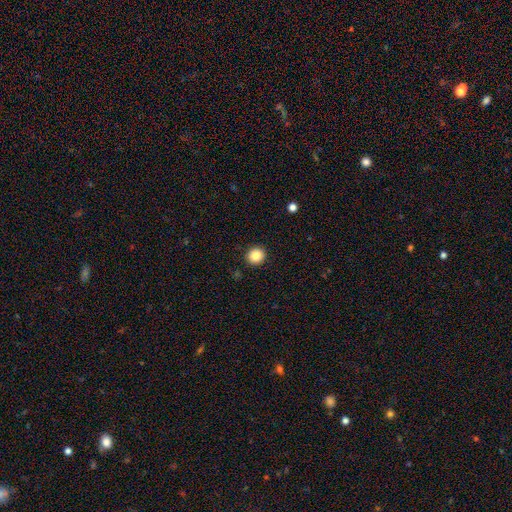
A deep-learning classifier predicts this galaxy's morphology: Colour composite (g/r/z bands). It shows a smooth galaxy with no disk features (86%) that is round (90%). Merging: none (91%).